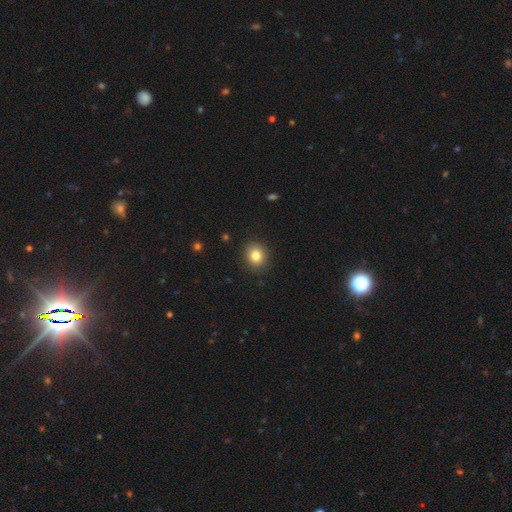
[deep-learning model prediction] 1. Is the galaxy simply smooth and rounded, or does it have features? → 83% smooth, 10% star or artifact, 7% featured or disk.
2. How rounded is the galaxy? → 70% round, 29% in between, 1% cigar-shaped.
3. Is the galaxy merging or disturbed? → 89% none, 8% minor disturbance, 2% major disturbance, 1% merger.